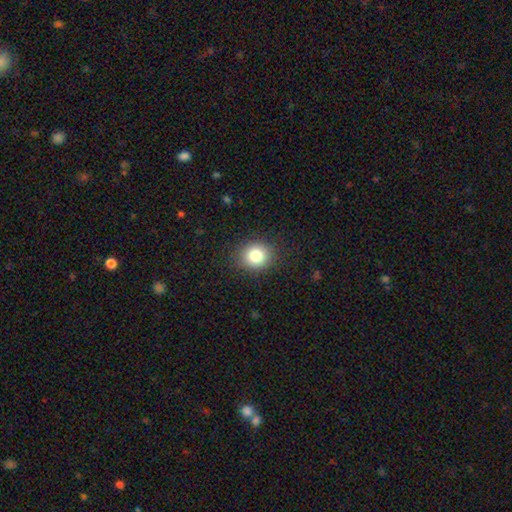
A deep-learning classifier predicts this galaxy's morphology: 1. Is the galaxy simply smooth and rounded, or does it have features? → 82% smooth, 11% star or artifact, 7% featured or disk.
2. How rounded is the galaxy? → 78% round, 21% in between, 1% cigar-shaped.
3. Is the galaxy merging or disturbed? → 89% none, 8% minor disturbance, 3% major disturbance, 1% merger.